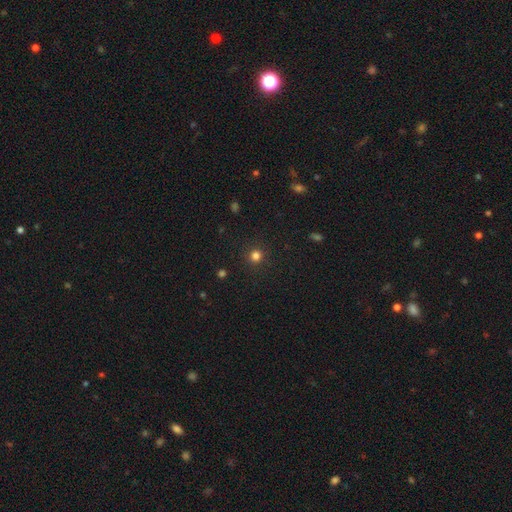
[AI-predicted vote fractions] Smooth or featured? smooth (80%)
How rounded? round (94%)
Merging? none (91%)